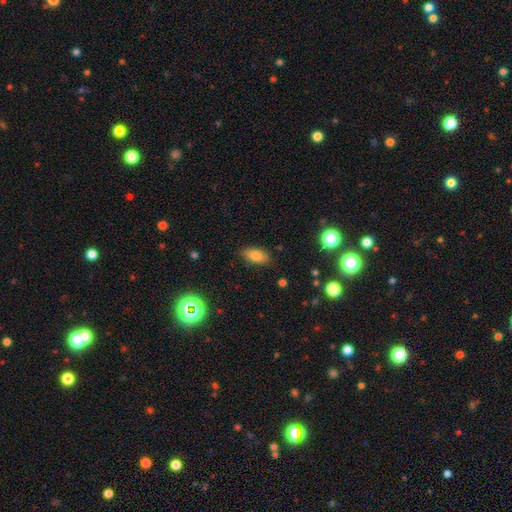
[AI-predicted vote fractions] smooth-or-featured: smooth: 81% | star or artifact: 11% | featured or disk: 9%
  how-rounded: in between: 89% | cigar-shaped: 6% | round: 5%
  merging: none: 84% | minor disturbance: 12% | major disturbance: 3% | merger: 1%